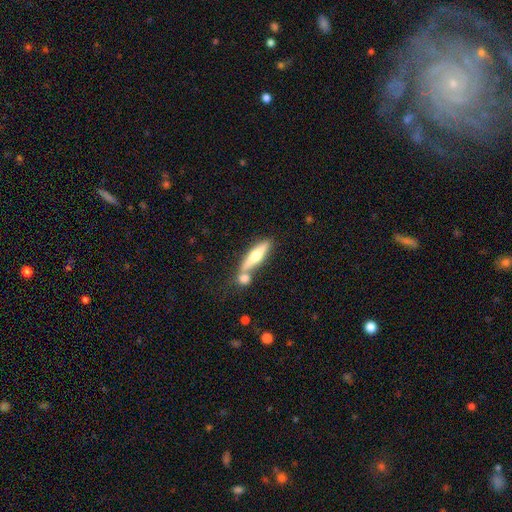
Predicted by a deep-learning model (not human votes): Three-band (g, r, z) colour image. It shows a featured or disk galaxy (48%). Merging: none (55%).